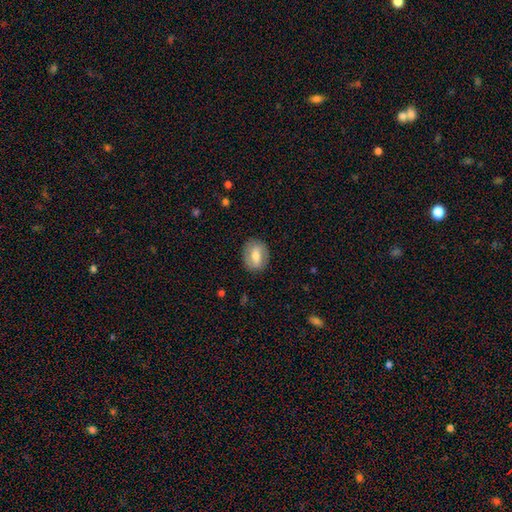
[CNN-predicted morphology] smooth-or-featured: smooth: 58% | featured or disk: 35% | star or artifact: 7%
  how-rounded: in between: 65% | round: 34% | cigar-shaped: 2%
  merging: none: 83% | minor disturbance: 12% | major disturbance: 4% | merger: 1%